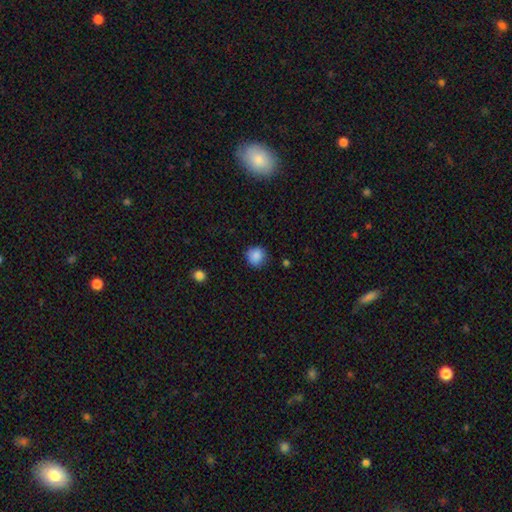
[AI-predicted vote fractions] A smooth galaxy with no disk features (87%) that is round (92%). Merging: none (85%).